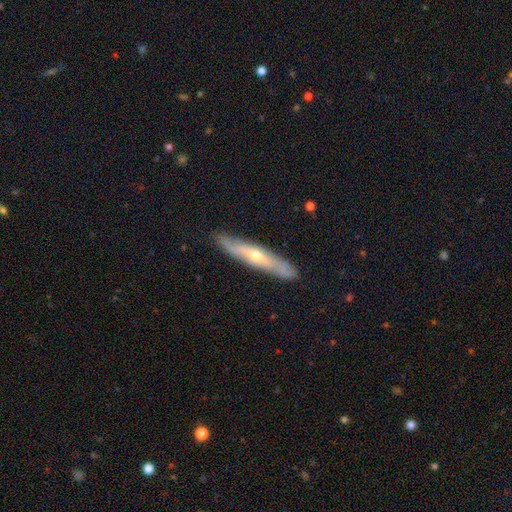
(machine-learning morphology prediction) Smooth or featured?
  - featured or disk: 64% *
  - smooth: 30%
  - star or artifact: 5%
Edge-on disk?
  - yes: 65% *
  - no: 35%
Merging?
  - none: 85% *
  - minor disturbance: 11%
  - major disturbance: 2%
  - merger: 1%